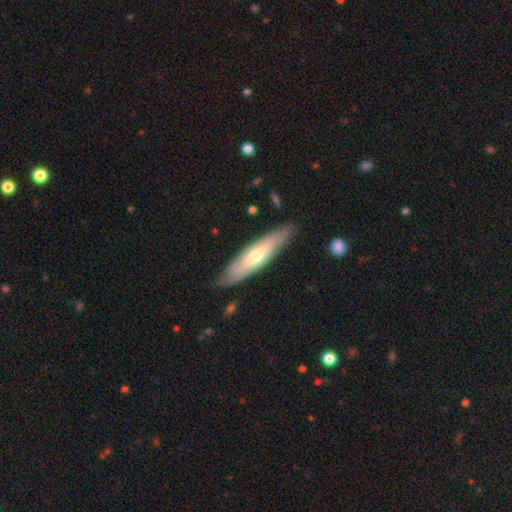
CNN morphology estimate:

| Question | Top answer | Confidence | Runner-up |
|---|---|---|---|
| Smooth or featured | featured or disk | 56% | smooth (39%) |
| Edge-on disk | yes | 55% | no (45%) |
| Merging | none | 81% | minor disturbance (15%) |